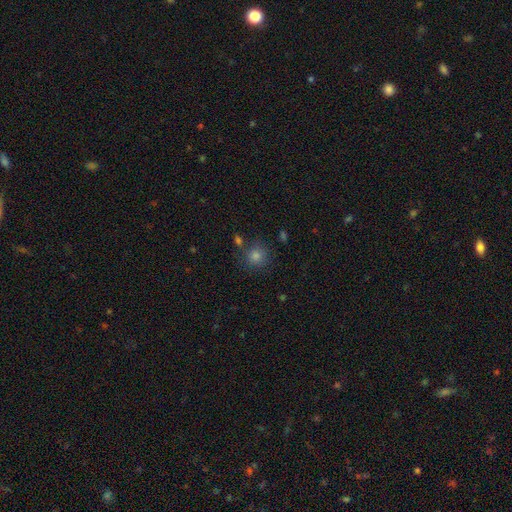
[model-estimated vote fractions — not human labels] Q: Smooth or featured?
A: smooth (75%); runner-up: star or artifact (18%)
Q: How rounded?
A: round (92%); runner-up: in between (7%)
Q: Merging?
A: none (80%); runner-up: minor disturbance (9%)